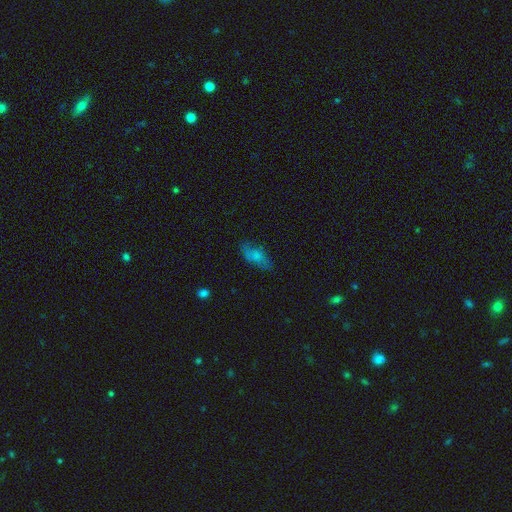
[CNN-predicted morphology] A smooth galaxy with no disk features (68%) that is in between round and cigar-shaped (80%).

Vote fractions:
- Smooth or featured? smooth: 68% / featured or disk: 22% / star or artifact: 10%
- How rounded? in between: 80% / cigar-shaped: 16% / round: 4%
- Merging? none: 65% / minor disturbance: 24% / major disturbance: 9% / merger: 2%